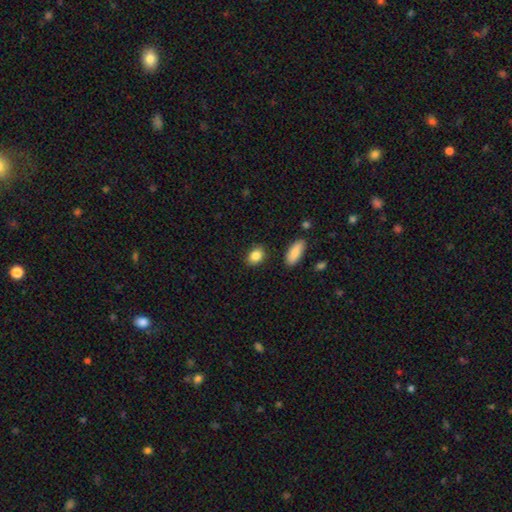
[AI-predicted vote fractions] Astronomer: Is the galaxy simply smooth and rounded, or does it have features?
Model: smooth — 86%.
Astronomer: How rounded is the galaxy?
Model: in between — 71%.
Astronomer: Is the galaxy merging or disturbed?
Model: none — 86%.